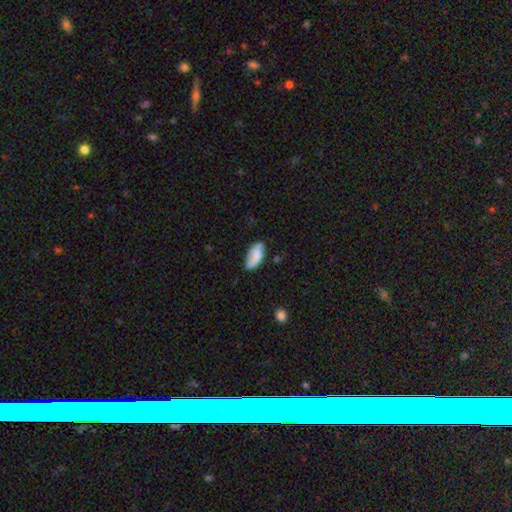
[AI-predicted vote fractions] This is likely a smooth galaxy (70%). How rounded: clearly in between (90%). Merging: likely none (67%).